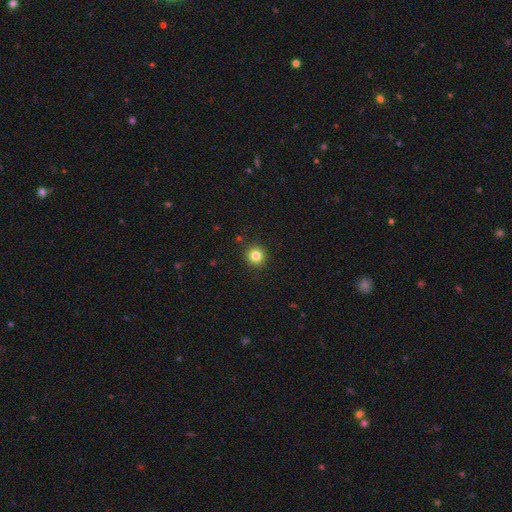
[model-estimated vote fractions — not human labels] Q: Smooth or featured?
A: smooth (83%); runner-up: star or artifact (12%)
Q: How rounded?
A: round (93%); runner-up: in between (6%)
Q: Merging?
A: none (91%); runner-up: minor disturbance (6%)